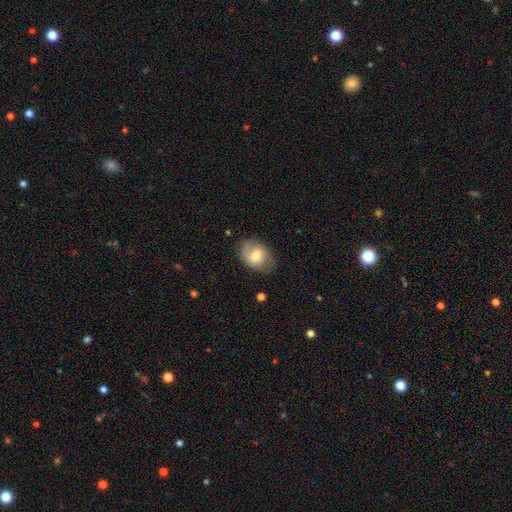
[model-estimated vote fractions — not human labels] Smooth or featured? Predicted: smooth (p=0.47). Merging? Predicted: none (p=0.70).